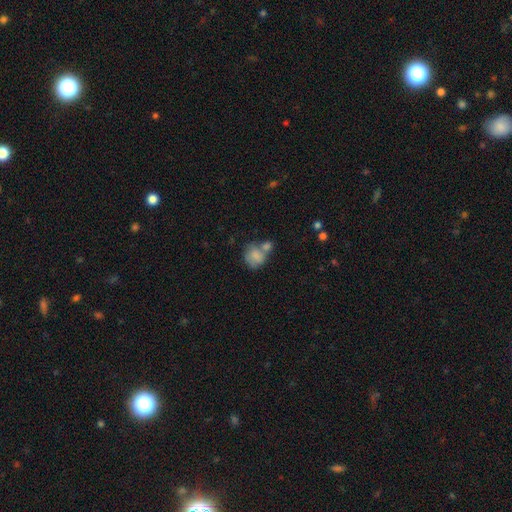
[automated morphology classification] A smooth galaxy with no disk features (76%) that is round (62%).

Vote fractions:
- Smooth or featured? smooth: 76% / featured or disk: 16% / star or artifact: 8%
- How rounded? round: 62% / in between: 37% / cigar-shaped: 1%
- Merging? merger: 46% / none: 30% / minor disturbance: 15% / major disturbance: 9%